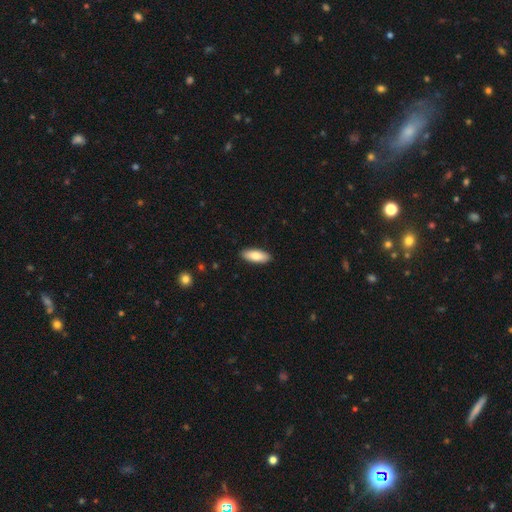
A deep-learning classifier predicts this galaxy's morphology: Q: Smooth or featured?
A: smooth (80%); runner-up: featured or disk (15%)
Q: How rounded?
A: in between (74%); runner-up: cigar-shaped (24%)
Q: Merging?
A: none (90%); runner-up: minor disturbance (7%)